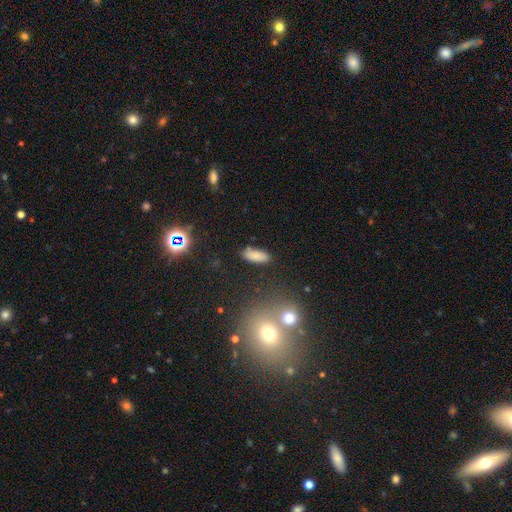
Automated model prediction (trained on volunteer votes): Smooth or featured?
  - smooth: 83% *
  - star or artifact: 10%
  - featured or disk: 6%
How rounded?
  - in between: 75% *
  - cigar-shaped: 23%
  - round: 3%
Merging?
  - none: 83% *
  - minor disturbance: 12%
  - major disturbance: 3%
  - merger: 3%